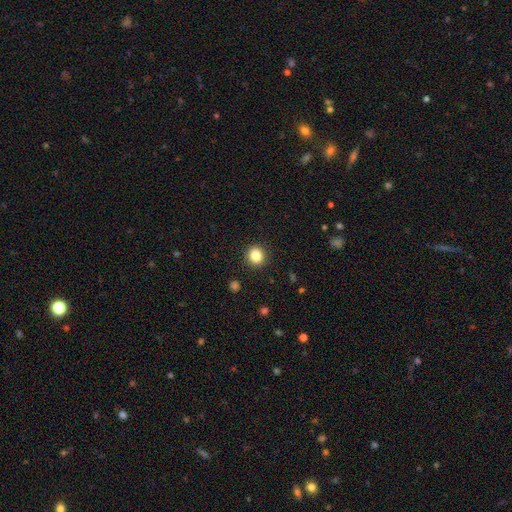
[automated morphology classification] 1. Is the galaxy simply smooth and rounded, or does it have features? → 85% smooth, 10% star or artifact, 5% featured or disk.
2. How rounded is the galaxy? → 86% round, 13% in between, 1% cigar-shaped.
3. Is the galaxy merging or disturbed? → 91% none, 6% minor disturbance, 2% major disturbance, 1% merger.